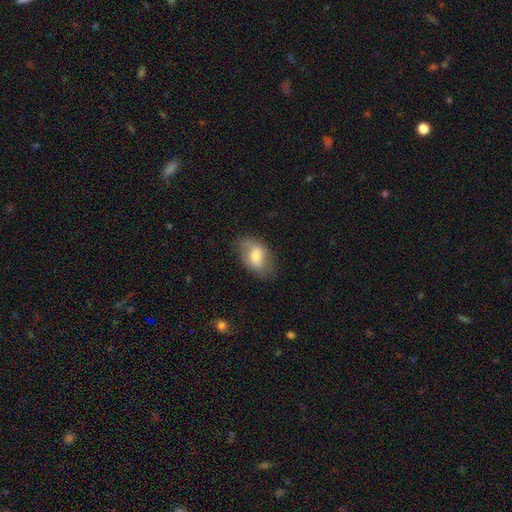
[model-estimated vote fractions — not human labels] Smooth or featured? smooth (62%)
How rounded? in between (87%)
Merging? none (69%)